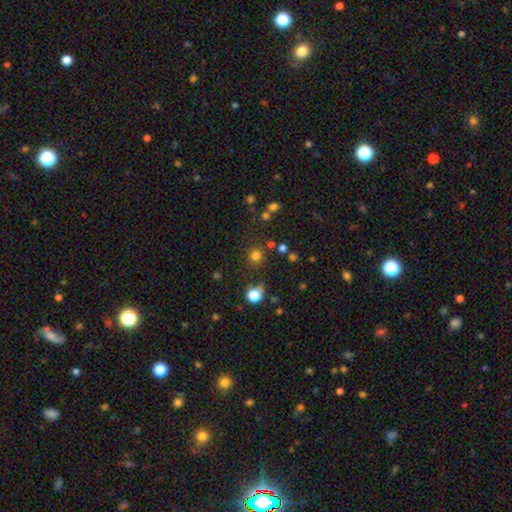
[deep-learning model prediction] Overall: smooth (76%). How rounded: round (91%). Merging: none (81%).